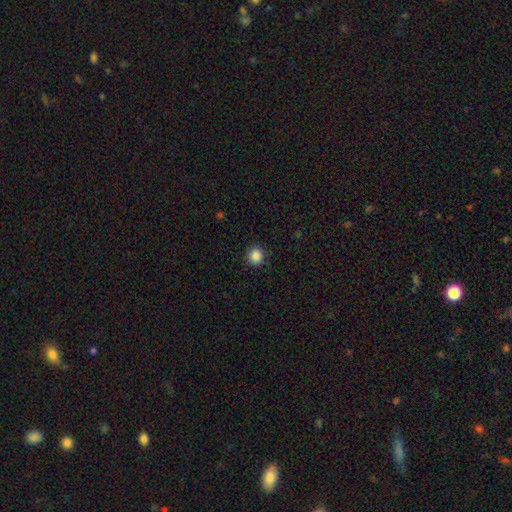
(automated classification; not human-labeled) smooth 87%, star or artifact 10%, featured or disk 3%. Down the decision tree: how rounded — round (88%); merging — none (89%).